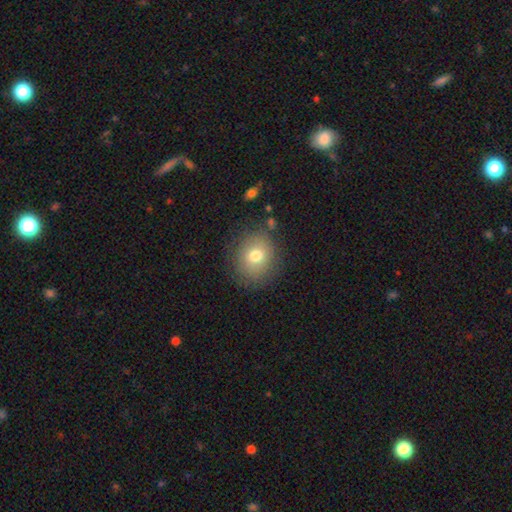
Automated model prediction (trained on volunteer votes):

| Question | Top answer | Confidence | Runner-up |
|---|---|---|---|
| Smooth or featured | smooth | 76% | featured or disk (14%) |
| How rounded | round | 72% | in between (27%) |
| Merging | none | 82% | minor disturbance (12%) |